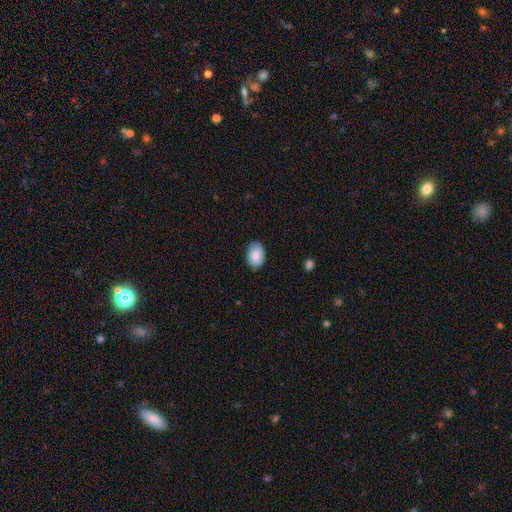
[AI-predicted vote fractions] Morphology: type=smooth (86%); roundness=in between (83%); merging=none (83%).